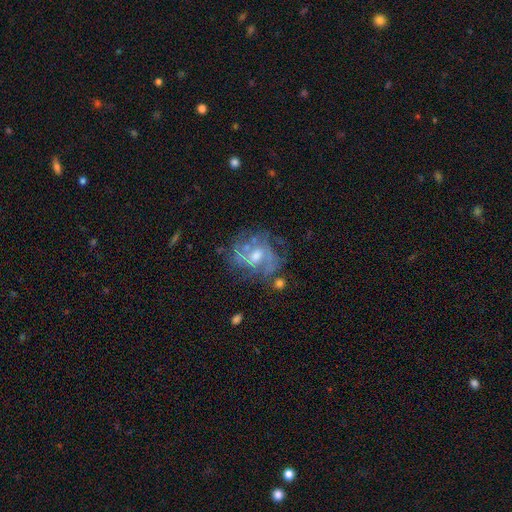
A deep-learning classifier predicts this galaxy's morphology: Smooth or featured? featured or disk (77%)
Edge-on disk? no (97%)
Bar? no (47%)
Spiral arms? yes (83%)
Spiral winding? medium (44%)
Spiral arm count? 2 (38%)
Bulge size? moderate (63%)
Merging? none (59%)